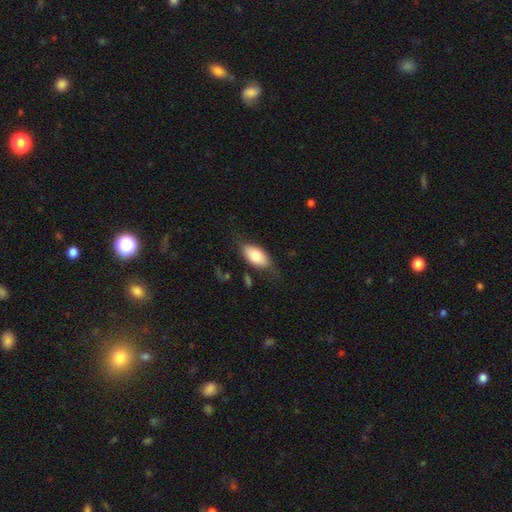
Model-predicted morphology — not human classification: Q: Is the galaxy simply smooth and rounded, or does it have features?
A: smooth — 75%.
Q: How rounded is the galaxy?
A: in between — 91%.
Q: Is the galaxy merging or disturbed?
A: none — 66%.